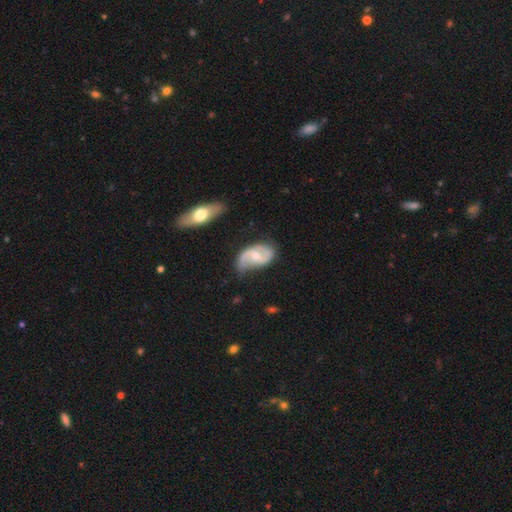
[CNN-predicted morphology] A featured or disk galaxy (78%) with no bar (53%), 2 (82%) medium (42%) spiral arms (91%) and a moderate central bulge (59%). Merging: none (56%).